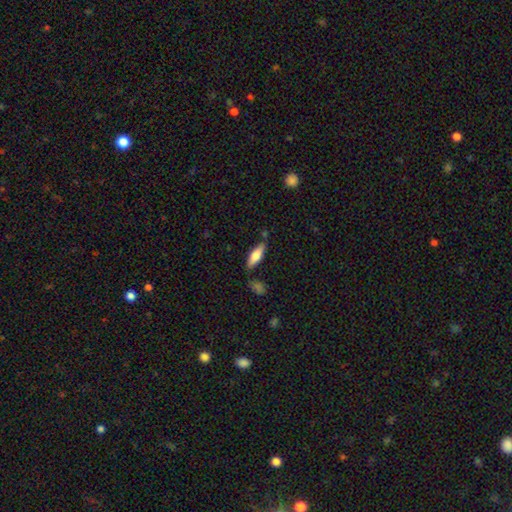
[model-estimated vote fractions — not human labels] smooth-or-featured: smooth: 71% | featured or disk: 23% | star or artifact: 6%
  how-rounded: in between: 55% | cigar-shaped: 43% | round: 2%
  merging: none: 76% | minor disturbance: 15% | merger: 5% | major disturbance: 4%